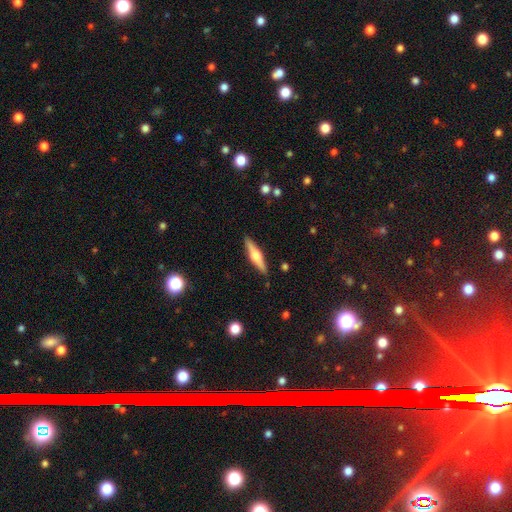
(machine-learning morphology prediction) Smooth or featured?
  - featured or disk: 64% *
  - smooth: 30%
  - star or artifact: 6%
Edge-on disk?
  - yes: 97% *
  - no: 3%
Edge-on bulge?
  - rounded: 89% *
  - boxy: 9%
  - none: 3%
Merging?
  - none: 90% *
  - minor disturbance: 7%
  - major disturbance: 2%
  - merger: 1%